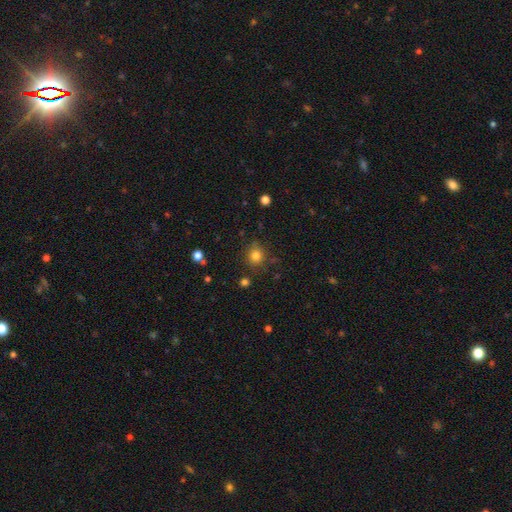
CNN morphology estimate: This appears to be a smooth galaxy with no disk features (80%) that is round (85%). Merging: none (81%).